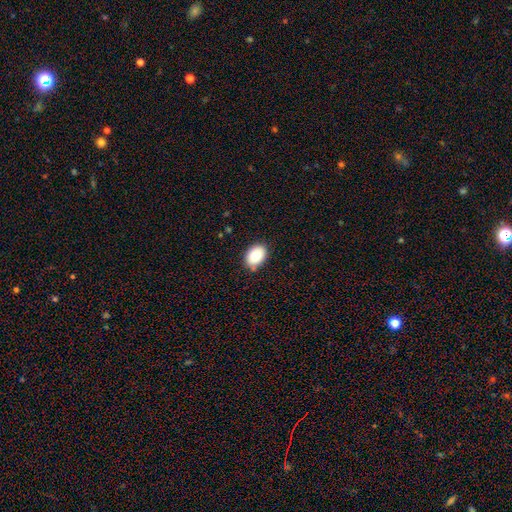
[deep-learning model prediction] A smooth galaxy with no disk features (81%) that is in between round and cigar-shaped (76%). Merging: none (82%).